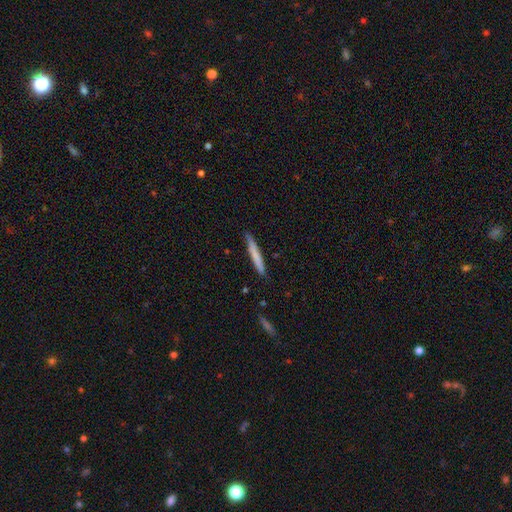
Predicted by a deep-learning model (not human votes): Q: Smooth or featured?
A: smooth (70%); runner-up: featured or disk (25%)
Q: How rounded?
A: cigar-shaped (96%); runner-up: in between (3%)
Q: Merging?
A: none (87%); runner-up: minor disturbance (10%)